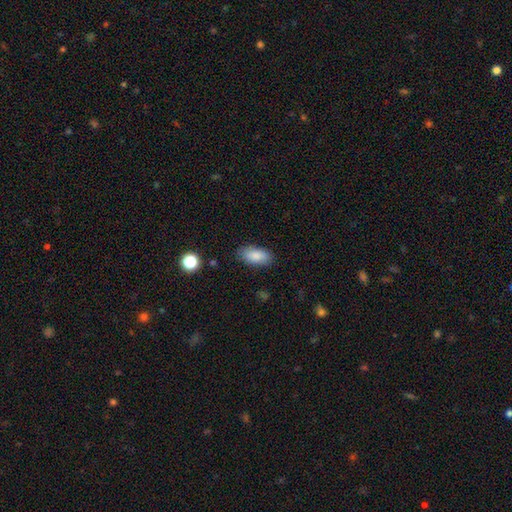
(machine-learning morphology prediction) smooth-or-featured: smooth: 86% | star or artifact: 7% | featured or disk: 6%
  how-rounded: in between: 91% | cigar-shaped: 6% | round: 3%
  merging: none: 84% | minor disturbance: 11% | major disturbance: 3% | merger: 1%